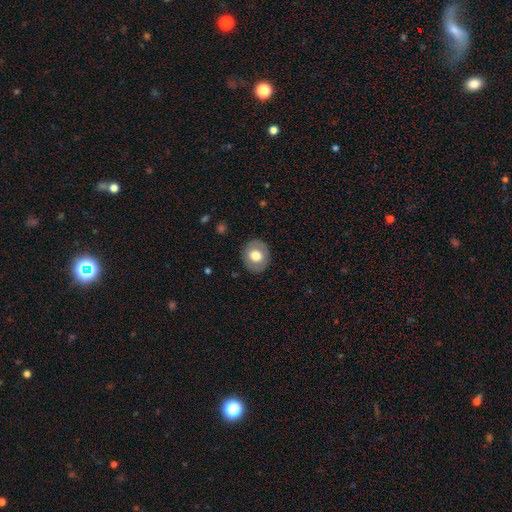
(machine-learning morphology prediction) This is likely a smooth galaxy (70%). How rounded: likely round (74%). Merging: clearly none (88%).